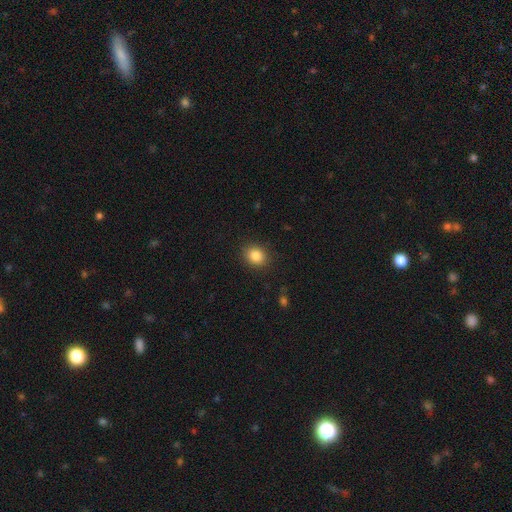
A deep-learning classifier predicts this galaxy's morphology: smooth 86%, star or artifact 10%, featured or disk 5%. Down the decision tree: how rounded — round (63%); merging — none (88%).